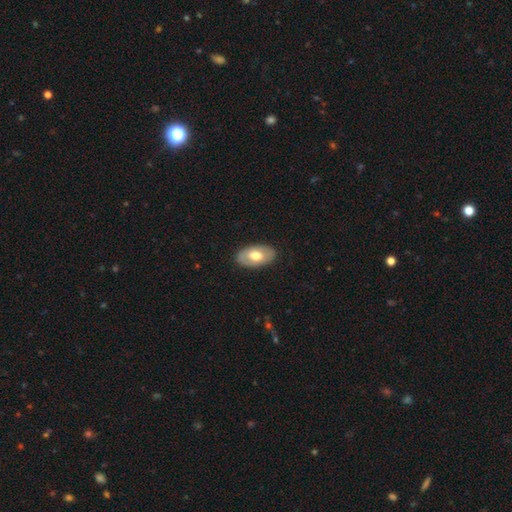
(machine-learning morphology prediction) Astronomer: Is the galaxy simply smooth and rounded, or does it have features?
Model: smooth — 60%.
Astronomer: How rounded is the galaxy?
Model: in between — 93%.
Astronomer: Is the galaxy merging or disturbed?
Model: none — 86%.